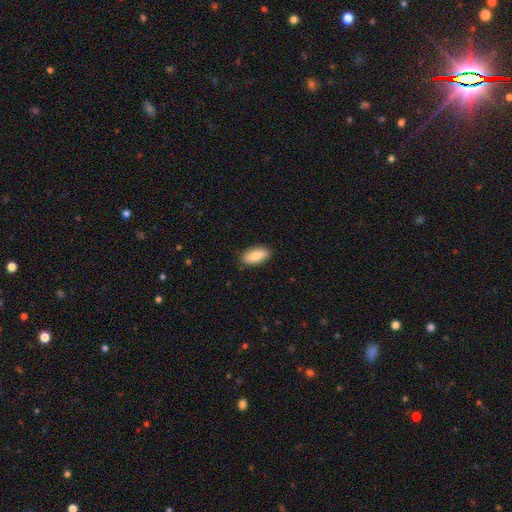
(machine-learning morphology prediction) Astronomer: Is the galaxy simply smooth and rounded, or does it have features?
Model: smooth — 83%.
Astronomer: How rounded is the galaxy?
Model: in between — 88%.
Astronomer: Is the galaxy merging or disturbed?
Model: none — 88%.